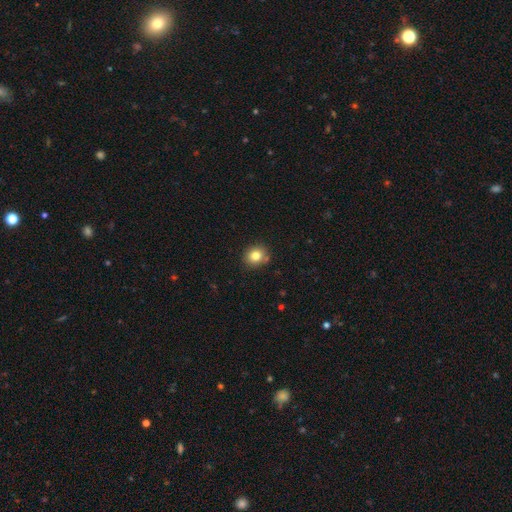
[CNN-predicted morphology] The model was most divided on "how rounded": round: 77%, in between: 22%, cigar-shaped: 1%. More confident: merging — none (82%); smooth or featured — smooth (81%).